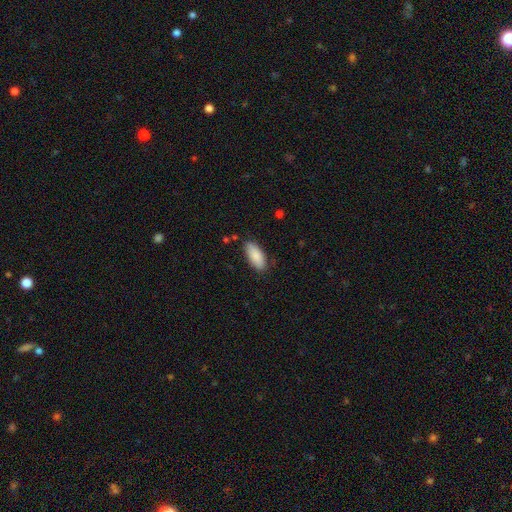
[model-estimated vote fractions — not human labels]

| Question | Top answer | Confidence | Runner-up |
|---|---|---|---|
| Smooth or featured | smooth | 87% | featured or disk (7%) |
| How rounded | in between | 83% | cigar-shaped (15%) |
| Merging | none | 82% | minor disturbance (14%) |